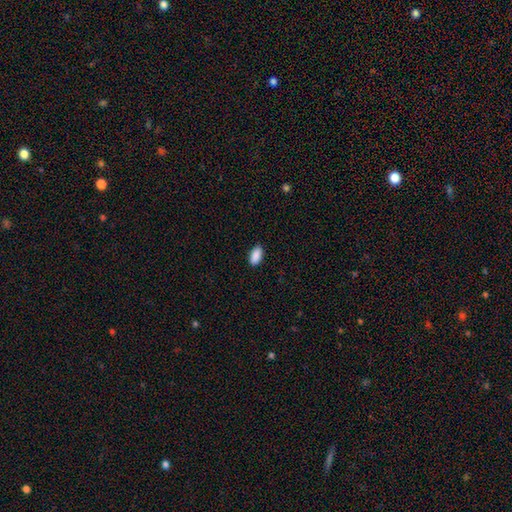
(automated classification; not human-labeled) Smooth or featured: smooth — 90% (star or artifact — 7%)
How rounded: in between — 92% (cigar-shaped — 5%)
Merging: none — 88% (minor disturbance — 9%)